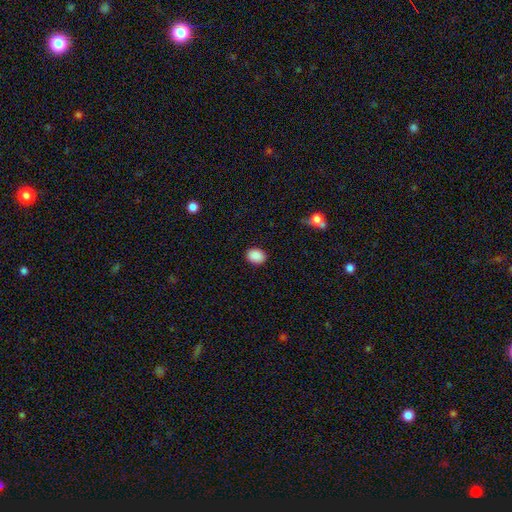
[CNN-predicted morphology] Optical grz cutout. It shows a smooth galaxy with no disk features (89%) that is in between round and cigar-shaped (58%). Merging: none (89%).